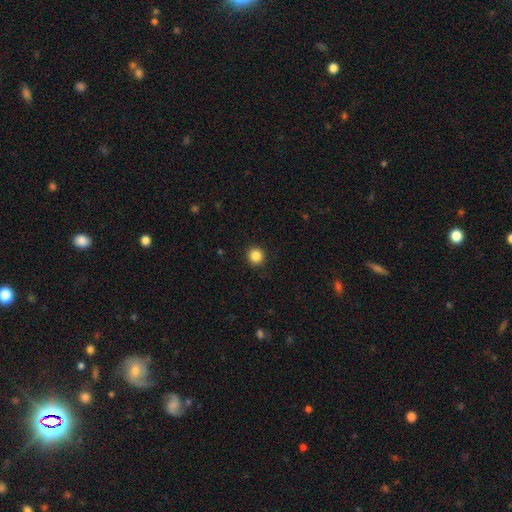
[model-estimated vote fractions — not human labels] This is clearly a smooth galaxy (86%). How rounded: clearly round (95%). Merging: clearly none (93%).